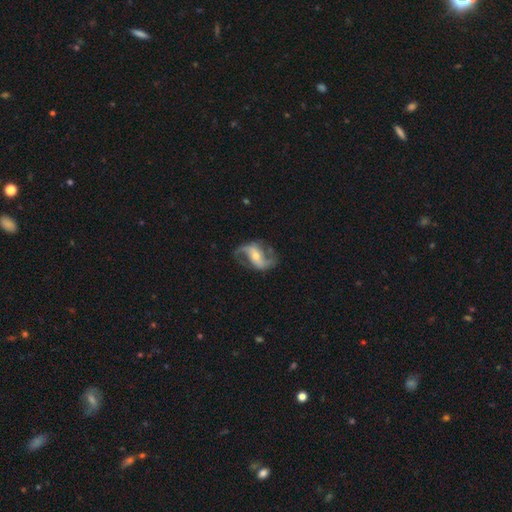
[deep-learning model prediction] featured or disk 87%, smooth 7%, star or artifact 5%. Down the decision tree: edge-on disk — no (97%); bar — weak (38%); spiral arms — yes (96%); spiral arm count — 2 (92%); spiral winding — loose (62%); bulge size — moderate (47%, tied with small); merging — none (72%).